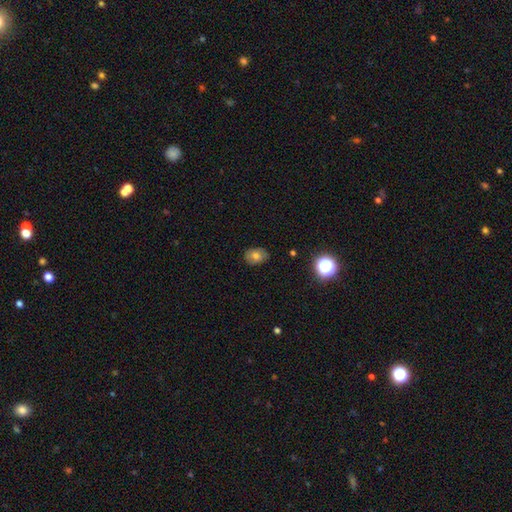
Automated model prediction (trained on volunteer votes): Overall: smooth (67%). How rounded: in between (69%; round 29%). Merging: none (78%).